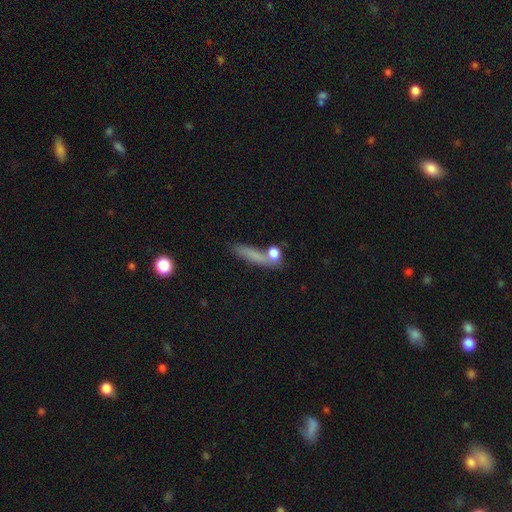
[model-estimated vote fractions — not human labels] Overall: smooth (70%). How rounded: cigar-shaped (72%). Merging: none (63%).